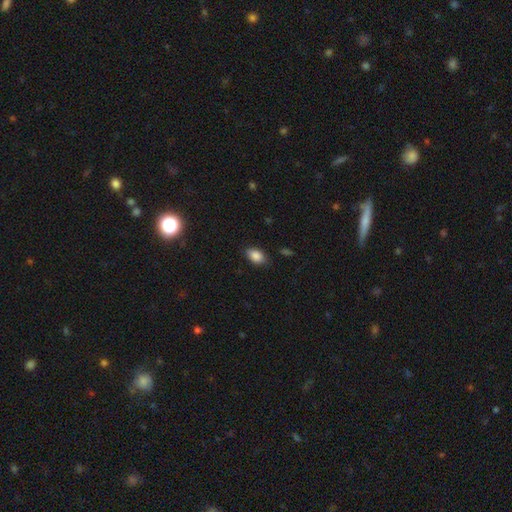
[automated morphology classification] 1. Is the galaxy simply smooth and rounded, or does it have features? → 86% smooth, 8% star or artifact, 6% featured or disk.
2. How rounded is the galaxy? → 86% in between, 12% round, 2% cigar-shaped.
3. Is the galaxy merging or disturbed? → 79% none, 17% minor disturbance, 3% major disturbance, 1% merger.